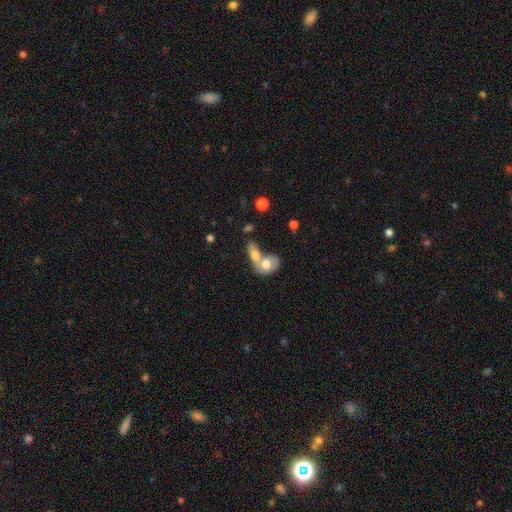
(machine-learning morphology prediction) smooth 63%, featured or disk 29%, star or artifact 8%. Down the decision tree: how rounded — in between (71%); merging — merger (74%).